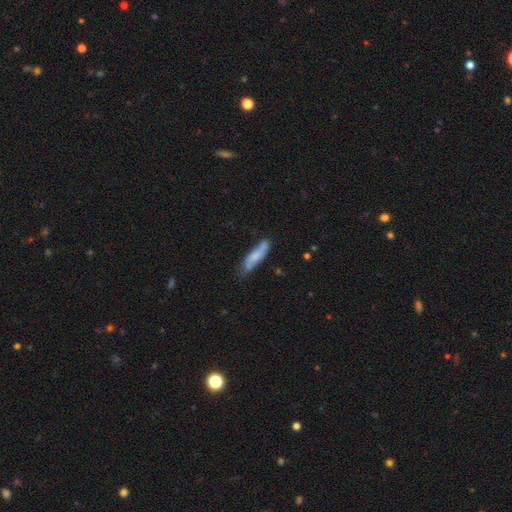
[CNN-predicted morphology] smooth_or_featured: smooth (p=0.59) [alt: featured or disk p=0.35]
how_rounded: cigar-shaped (p=0.74) [alt: in between p=0.24]
merging: none (p=0.63) [alt: minor disturbance p=0.26]